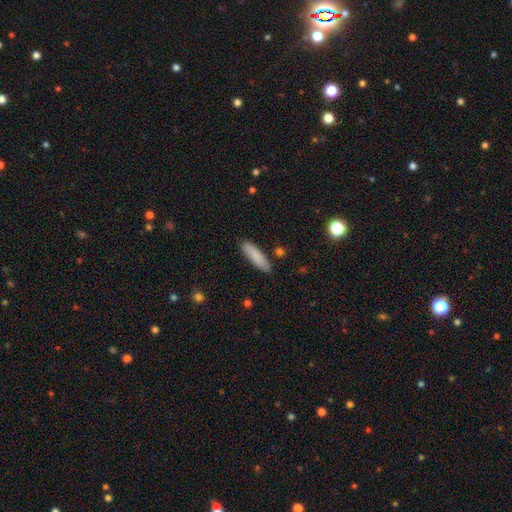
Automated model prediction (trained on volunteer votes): Smooth or featured: smooth — 85% (featured or disk — 8%)
How rounded: cigar-shaped — 61% (in between — 38%)
Merging: none — 87% (minor disturbance — 9%)